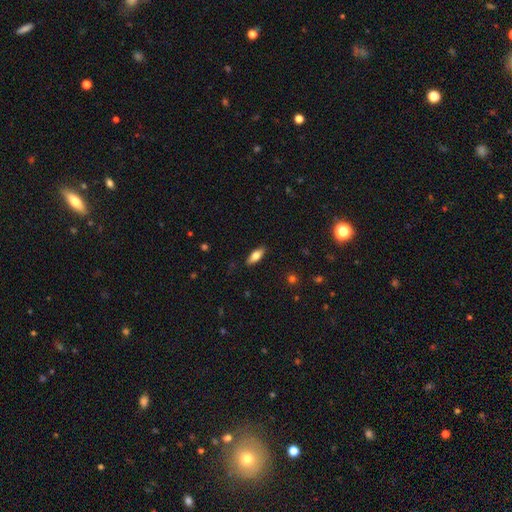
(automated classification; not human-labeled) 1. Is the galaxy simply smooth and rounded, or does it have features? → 67% smooth, 27% featured or disk, 6% star or artifact.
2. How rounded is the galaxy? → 68% in between, 30% cigar-shaped, 3% round.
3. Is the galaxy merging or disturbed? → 87% none, 10% minor disturbance, 2% major disturbance, 1% merger.